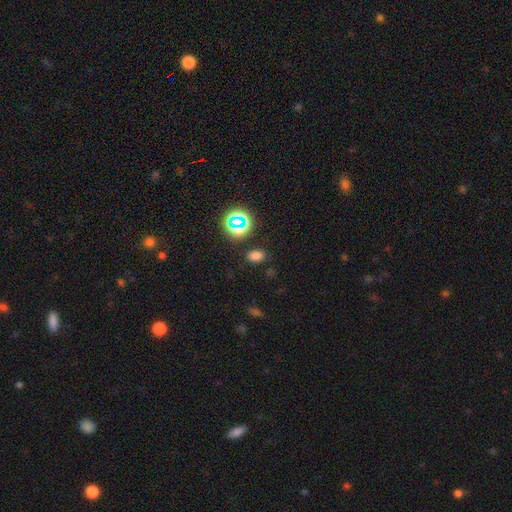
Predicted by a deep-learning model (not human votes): A smooth galaxy with no disk features (71%) that is in between round and cigar-shaped (77%).

Vote fractions:
- Smooth or featured? smooth: 71% / star or artifact: 24% / featured or disk: 5%
- How rounded? in between: 77% / round: 21% / cigar-shaped: 2%
- Merging? none: 83% / minor disturbance: 11% / major disturbance: 4% / merger: 3%